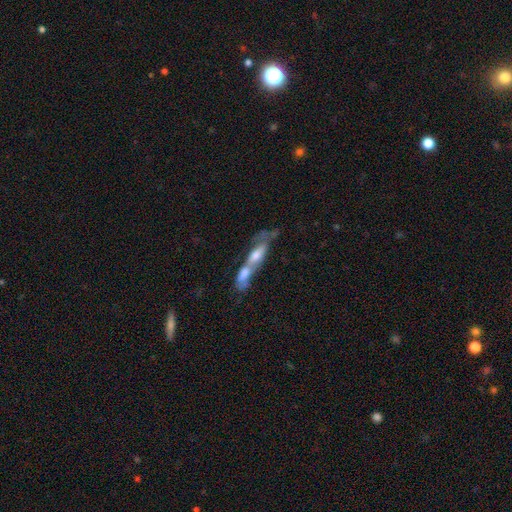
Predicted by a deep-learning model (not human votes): This is possibly a featured or disk galaxy (56%). It is possibly not viewed edge-on (58%). Merging: likely merger (64%).